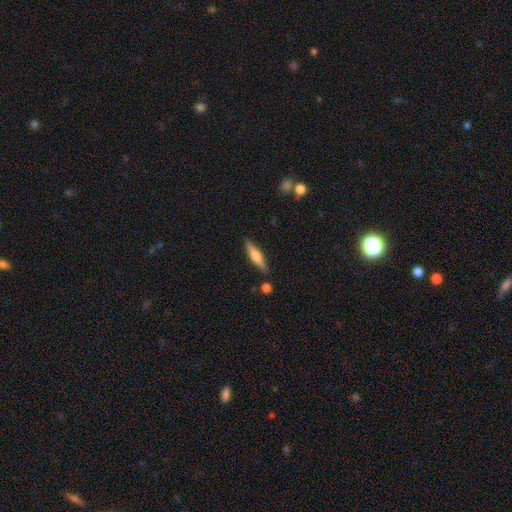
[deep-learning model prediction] Smooth or featured? Predicted: smooth (p=0.47, tied with featured or disk). Merging? Predicted: none (p=0.85).